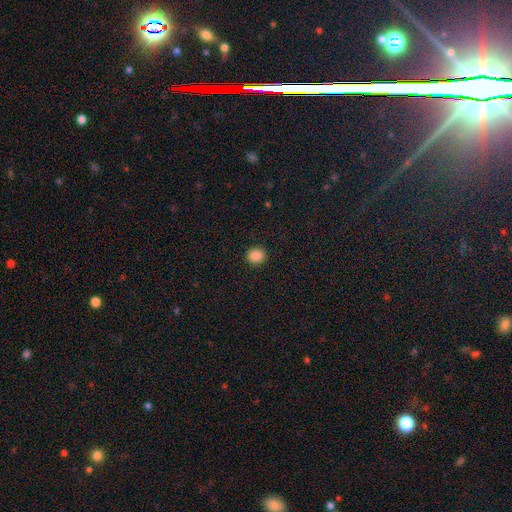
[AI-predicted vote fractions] Smooth or featured? Predicted: smooth (p=0.88). How rounded? Predicted: round (p=0.86). Merging? Predicted: none (p=0.92).